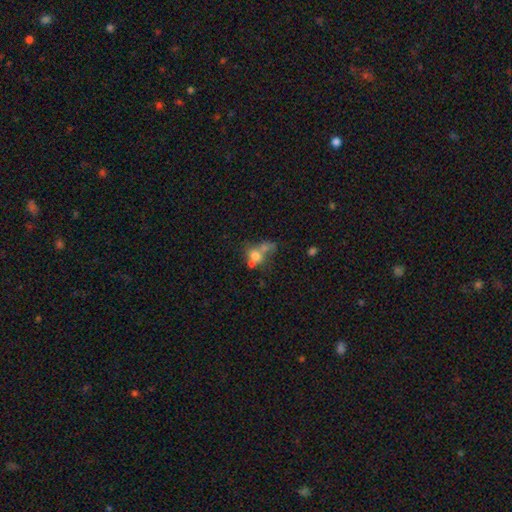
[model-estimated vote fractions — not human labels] Morphology: type=smooth (60%); roundness=round (50%); merging=merger (50%).